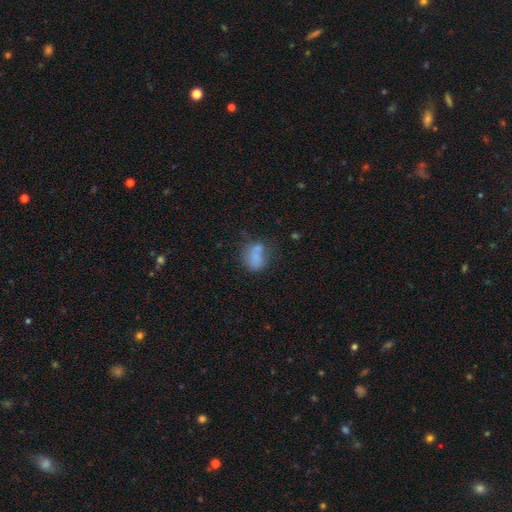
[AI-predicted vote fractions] Smooth or featured? smooth (72%)
How rounded? in between (51%)
Merging? none (40%)